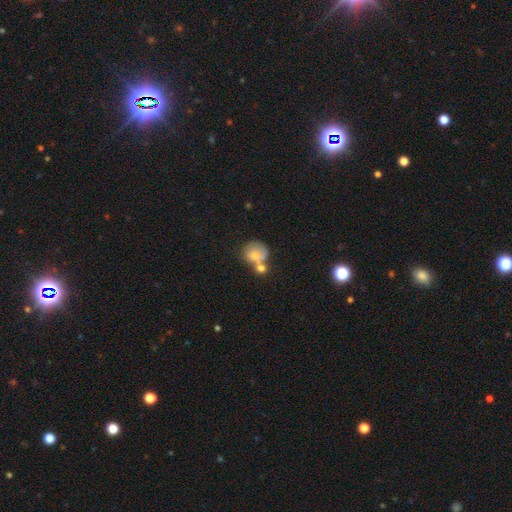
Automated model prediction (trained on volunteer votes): This is likely a smooth galaxy (72%). How rounded: likely round (79%). Merging: possibly merger (48%).